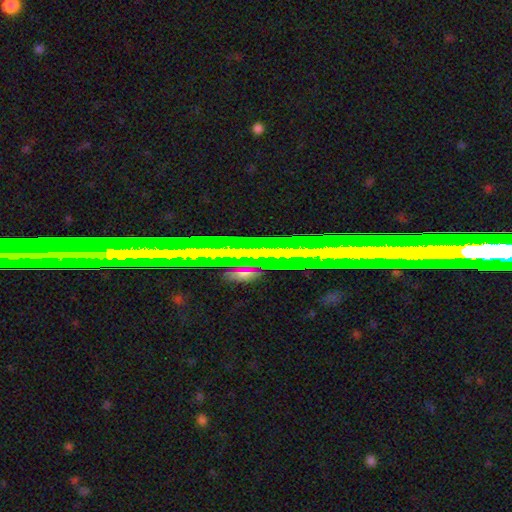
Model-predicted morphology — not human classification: type=star or artifact (64%).